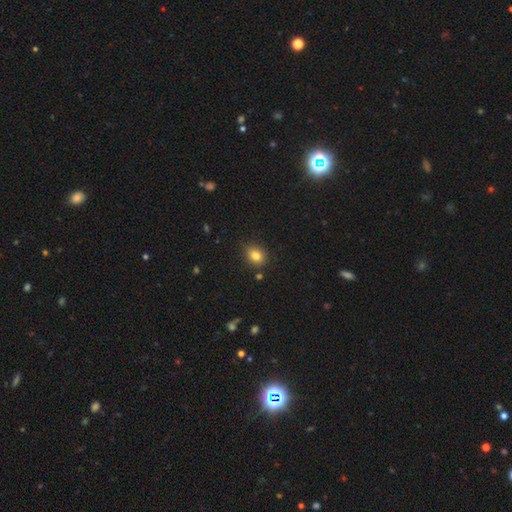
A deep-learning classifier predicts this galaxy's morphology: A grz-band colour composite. It shows a smooth galaxy with no disk features (81%) that is round (57%). Merging: none (83%).